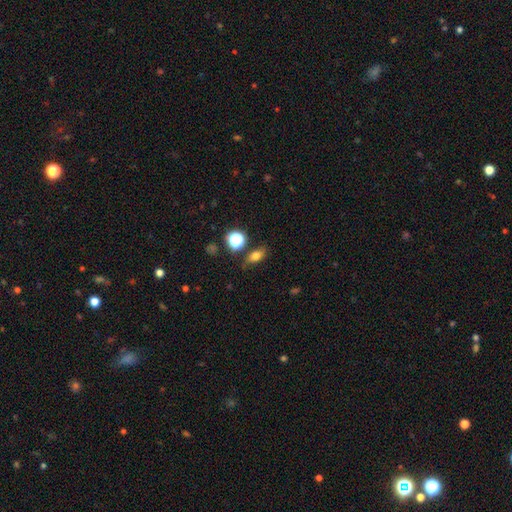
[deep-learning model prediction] Overall: smooth (72%). How rounded: in between (73%). Merging: none (74%).